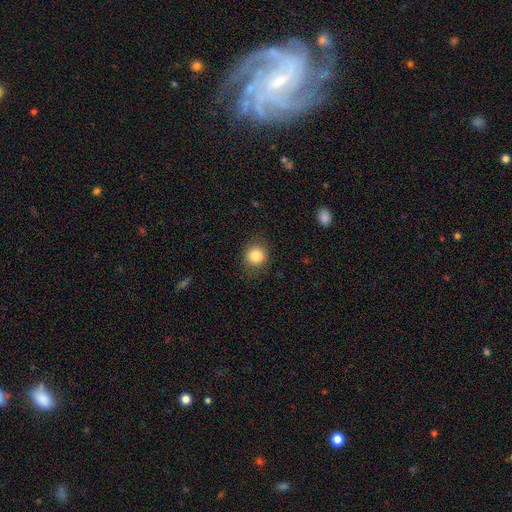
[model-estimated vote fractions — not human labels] Morphology: type=smooth (84%); roundness=round (82%); merging=none (83%).